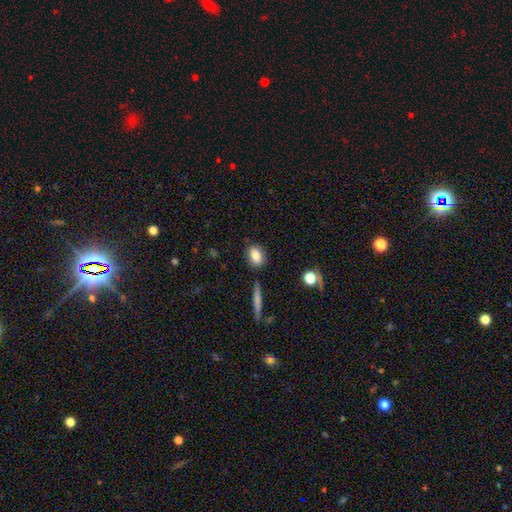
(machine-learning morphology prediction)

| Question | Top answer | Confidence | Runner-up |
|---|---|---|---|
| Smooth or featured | smooth | 83% | featured or disk (9%) |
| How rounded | in between | 77% | round (19%) |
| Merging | none | 84% | minor disturbance (10%) |